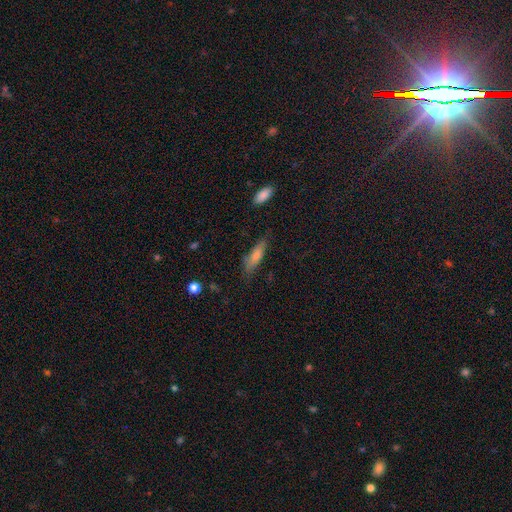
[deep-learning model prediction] A smooth galaxy with no disk features (77%) that is cigar-shaped (56%). Merging: none (67%).